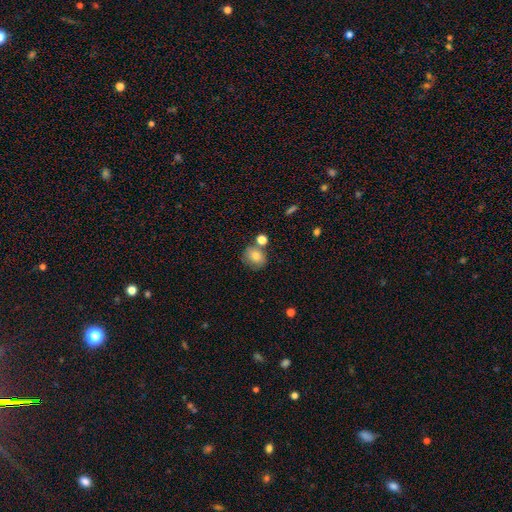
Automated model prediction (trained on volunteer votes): Smooth or featured?
  - smooth: 78% *
  - featured or disk: 12%
  - star or artifact: 10%
How rounded?
  - round: 68% *
  - in between: 31%
  - cigar-shaped: 1%
Merging?
  - none: 58% *
  - merger: 20%
  - minor disturbance: 17%
  - major disturbance: 5%